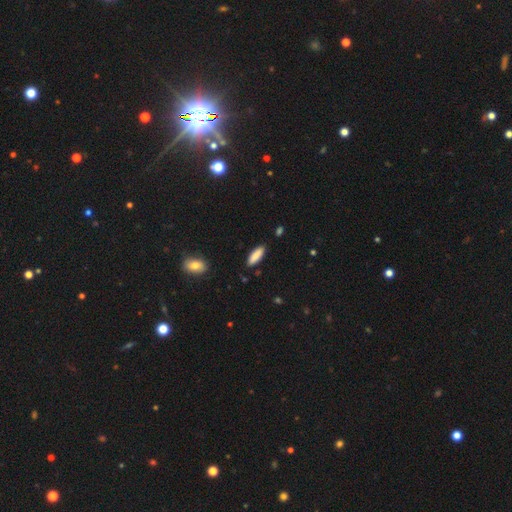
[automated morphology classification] type=smooth (88%); roundness=in between (53%); merging=none (87%).